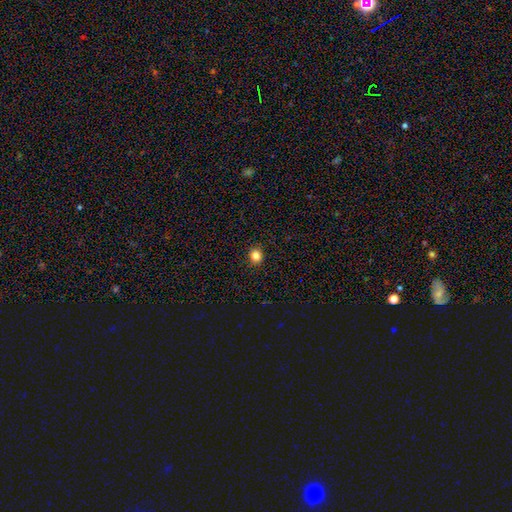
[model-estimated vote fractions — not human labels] Smooth or featured: smooth — 83% (star or artifact — 12%)
How rounded: round — 81% (in between — 18%)
Merging: none — 92% (minor disturbance — 5%)